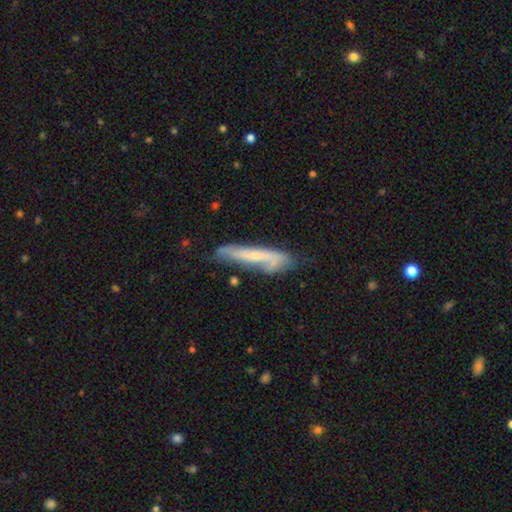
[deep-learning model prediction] Smooth or featured? Predicted: featured or disk (p=0.56). Edge-on disk? Predicted: yes (p=0.50, tied with no). Merging? Predicted: none (p=0.59).